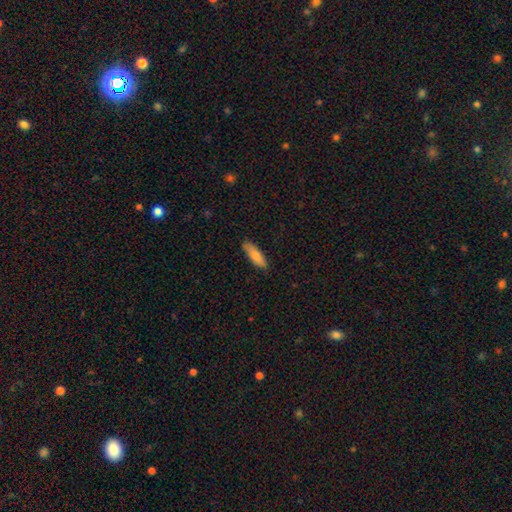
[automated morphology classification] A smooth galaxy with no disk features (84%) that is in between round and cigar-shaped (50%). Merging: none (83%).